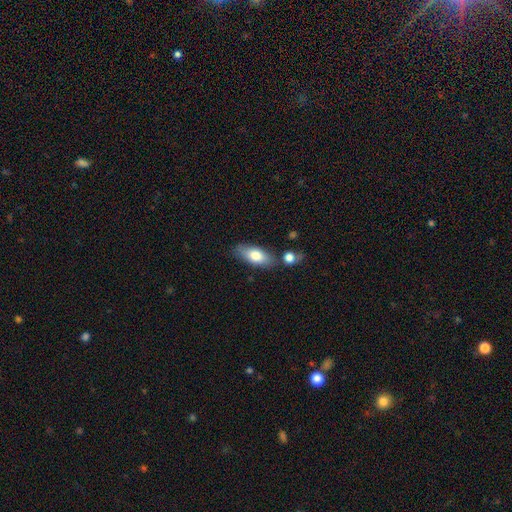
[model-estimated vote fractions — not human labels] Smooth or featured? Predicted: smooth (p=0.75). How rounded? Predicted: in between (p=0.81). Merging? Predicted: none (p=0.73).